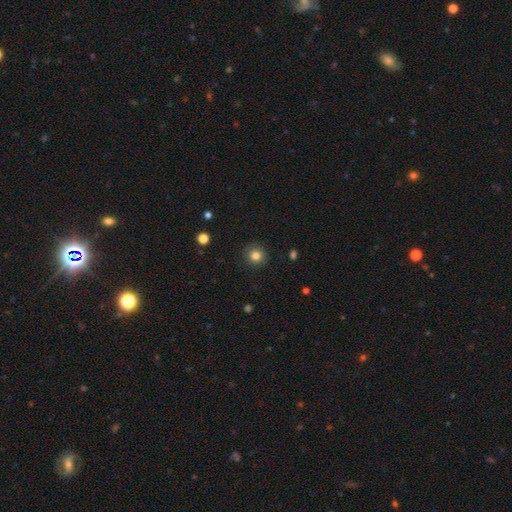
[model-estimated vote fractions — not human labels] This appears to be a smooth galaxy with no disk features (82%) that is round (93%). Merging: none (88%).